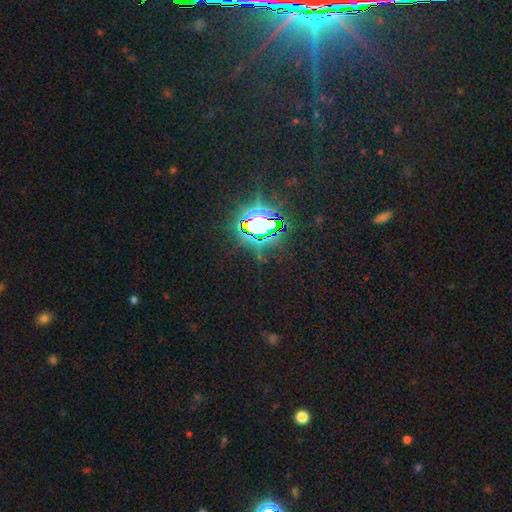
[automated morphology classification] The model was most divided on "smooth or featured": star or artifact: 85%, smooth: 9%, featured or disk: 7%.